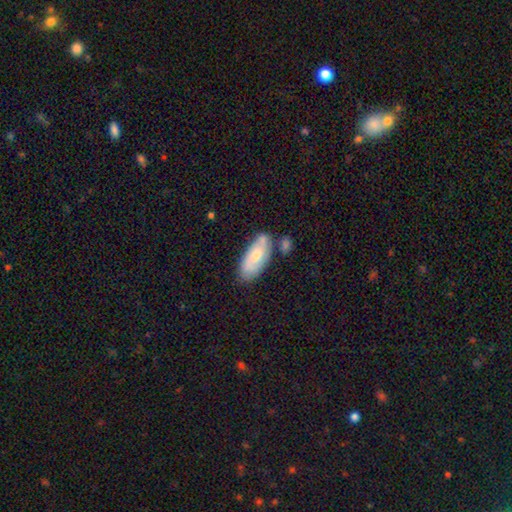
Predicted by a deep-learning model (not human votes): Q: Smooth or featured?
A: smooth (54%); runner-up: featured or disk (40%)
Q: How rounded?
A: in between (84%); runner-up: cigar-shaped (14%)
Q: Merging?
A: none (59%); runner-up: minor disturbance (21%)